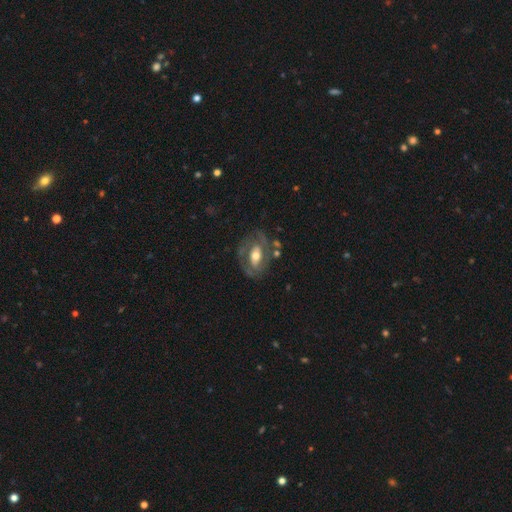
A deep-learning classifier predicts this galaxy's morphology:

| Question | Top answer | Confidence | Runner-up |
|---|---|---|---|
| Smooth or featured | featured or disk | 68% | smooth (26%) |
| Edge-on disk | no | 94% | yes (6%) |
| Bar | no | 45% | weak (33%) |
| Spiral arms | yes | 61% | no (39%) |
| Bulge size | moderate | 67% | large (18%) |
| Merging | none | 62% | minor disturbance (20%) |